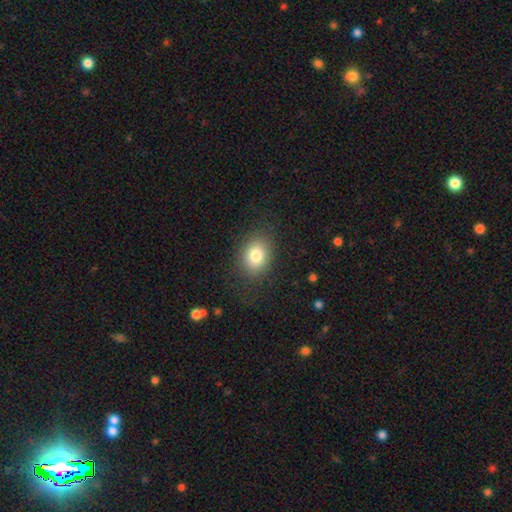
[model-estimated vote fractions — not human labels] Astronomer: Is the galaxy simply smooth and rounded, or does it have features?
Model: smooth — 80%.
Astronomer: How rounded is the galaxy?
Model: in between — 59% (runner-up: round, 40%).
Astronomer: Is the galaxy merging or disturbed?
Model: none — 82%.